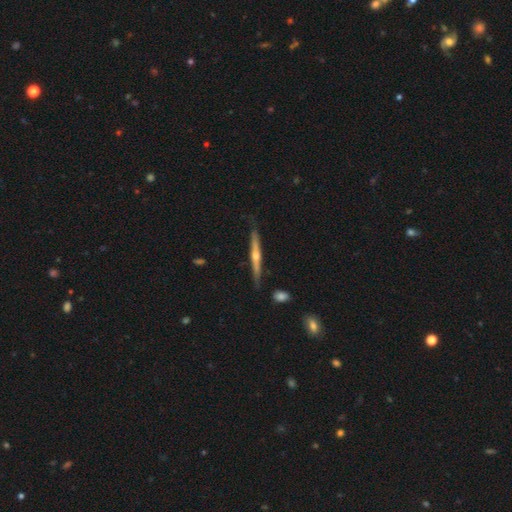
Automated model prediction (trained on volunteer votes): Morphology: type=featured or disk (71%); edge-on=yes (97%); edge-on bulge=rounded (86%); merging=none (83%).